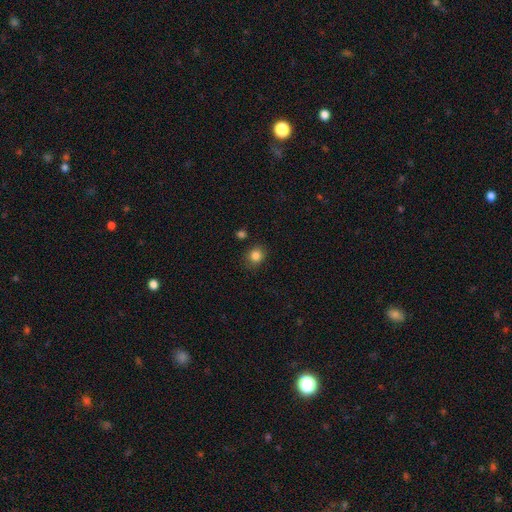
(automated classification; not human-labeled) A smooth galaxy with no disk features (83%) that is round (77%). Merging: none (84%).